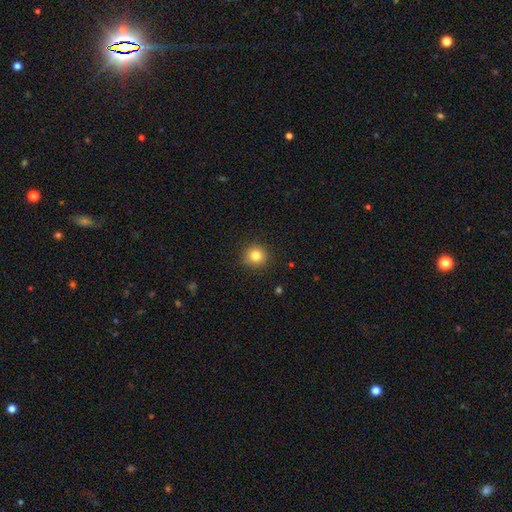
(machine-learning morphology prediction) A smooth galaxy with no disk features (82%) that is round (93%). Merging: none (89%).